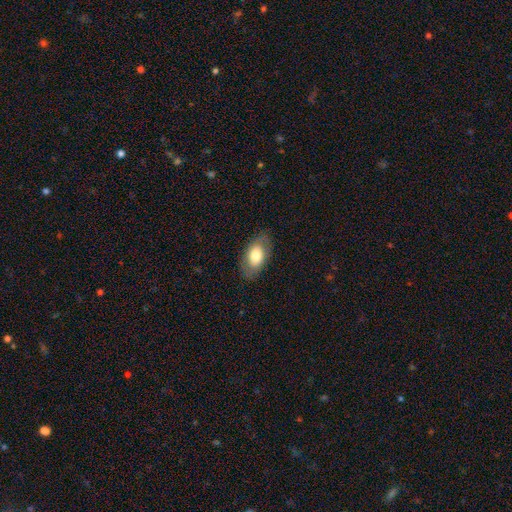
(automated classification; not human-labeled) This appears to be a smooth galaxy with no disk features (70%) that is in between round and cigar-shaped (92%). Merging: none (82%).